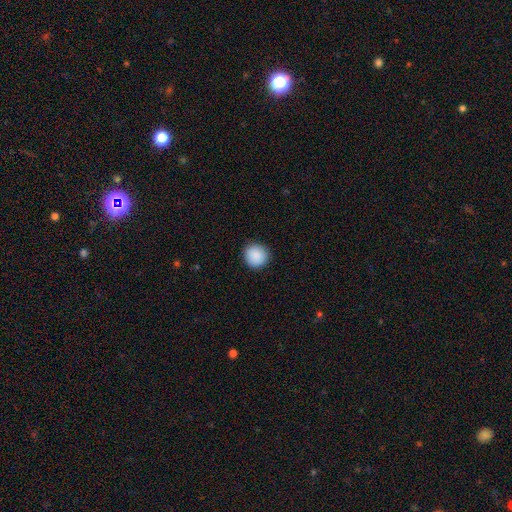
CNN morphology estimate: A smooth galaxy with no disk features (90%) that is round (93%). Merging: none (91%).